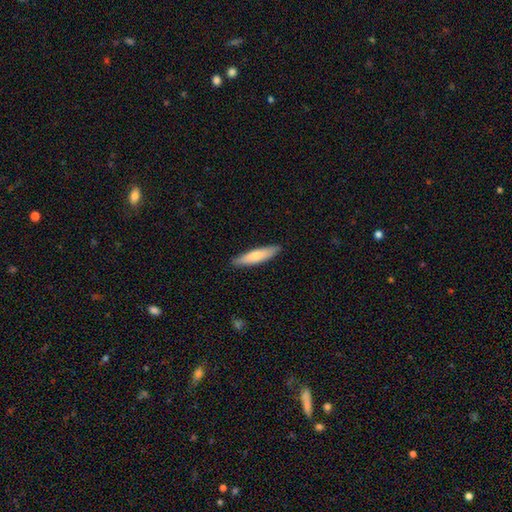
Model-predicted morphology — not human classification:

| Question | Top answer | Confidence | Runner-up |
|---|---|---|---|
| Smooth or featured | smooth | 70% | featured or disk (25%) |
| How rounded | cigar-shaped | 76% | in between (22%) |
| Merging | none | 89% | minor disturbance (9%) |